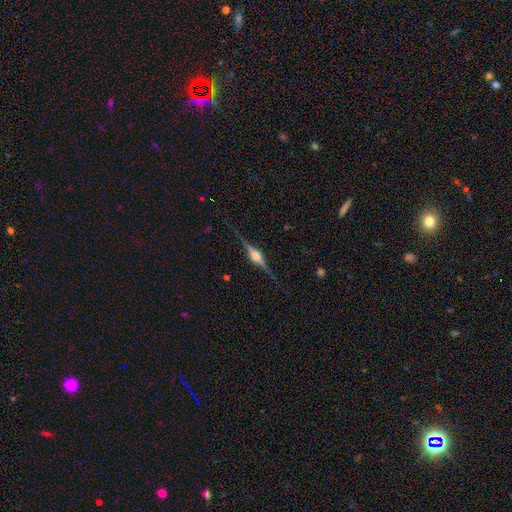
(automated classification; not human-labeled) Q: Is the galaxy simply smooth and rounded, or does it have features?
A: featured or disk — 86%.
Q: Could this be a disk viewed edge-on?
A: yes — 98%.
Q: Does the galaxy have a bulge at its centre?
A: rounded — 90%.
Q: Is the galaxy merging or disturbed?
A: none — 87%.